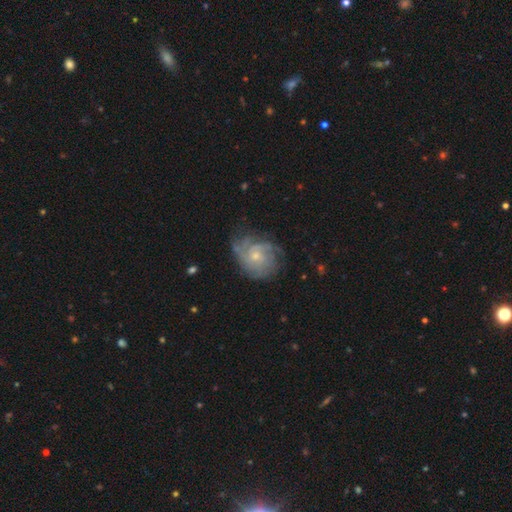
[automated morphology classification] A featured or disk galaxy (78%) with no bar (75%), tight (57%) spiral arms (93%) and a small central bulge (61%). Merging: none (64%).